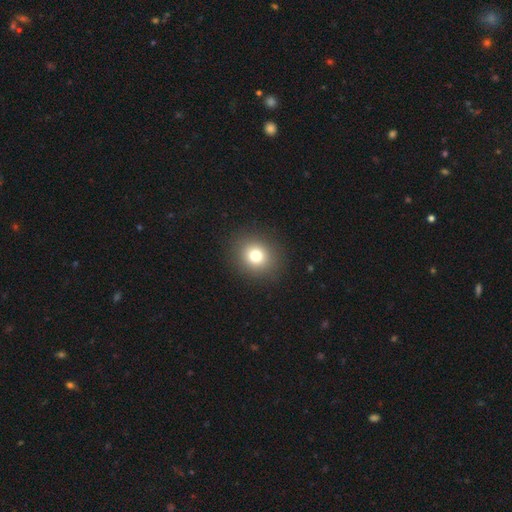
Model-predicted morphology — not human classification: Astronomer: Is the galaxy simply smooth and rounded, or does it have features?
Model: smooth — 77%.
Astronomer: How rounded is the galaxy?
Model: round — 76%.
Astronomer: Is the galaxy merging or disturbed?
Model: none — 90%.